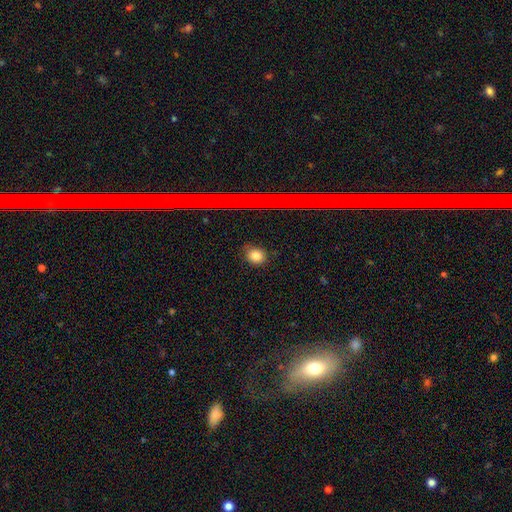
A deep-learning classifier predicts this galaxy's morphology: Smooth or featured?
  - smooth: 81% *
  - star or artifact: 12%
  - featured or disk: 7%
How rounded?
  - round: 83% *
  - in between: 16%
  - cigar-shaped: 2%
Merging?
  - none: 87% *
  - minor disturbance: 9%
  - major disturbance: 2%
  - merger: 1%